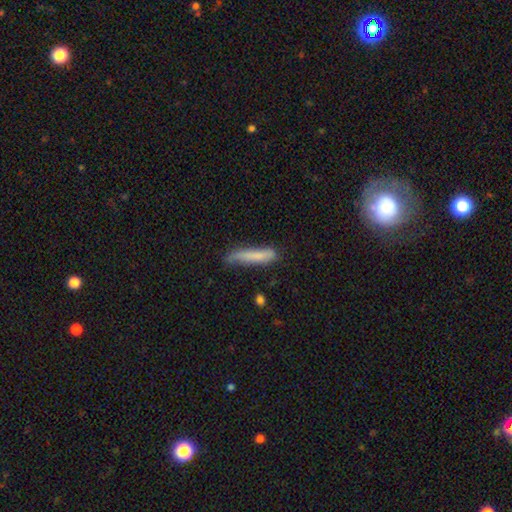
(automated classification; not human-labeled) A smooth galaxy with no disk features (74%) that is cigar-shaped (89%). Merging: none (58%).